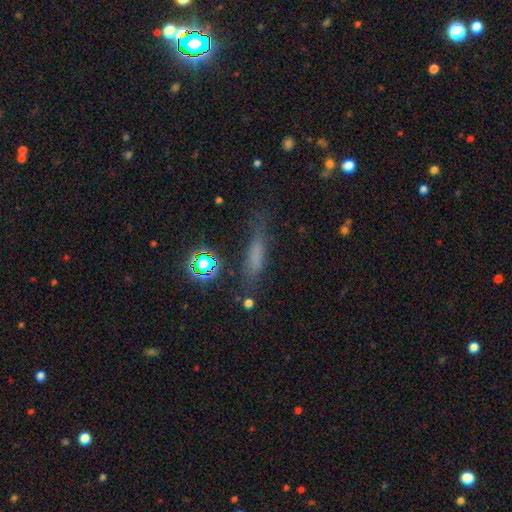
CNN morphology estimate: Q: Smooth or featured?
A: smooth (59%); runner-up: star or artifact (22%)
Q: How rounded?
A: cigar-shaped (72%); runner-up: in between (22%)
Q: Merging?
A: none (68%); runner-up: minor disturbance (19%)